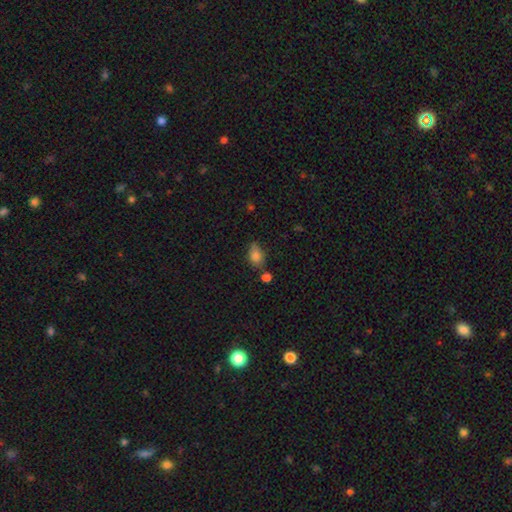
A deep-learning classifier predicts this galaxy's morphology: A smooth galaxy with no disk features (81%) that is in between round and cigar-shaped (78%).

Vote fractions:
- Smooth or featured? smooth: 81% / star or artifact: 11% / featured or disk: 9%
- How rounded? in between: 78% / round: 19% / cigar-shaped: 3%
- Merging? none: 49% / minor disturbance: 31% / merger: 11% / major disturbance: 9%